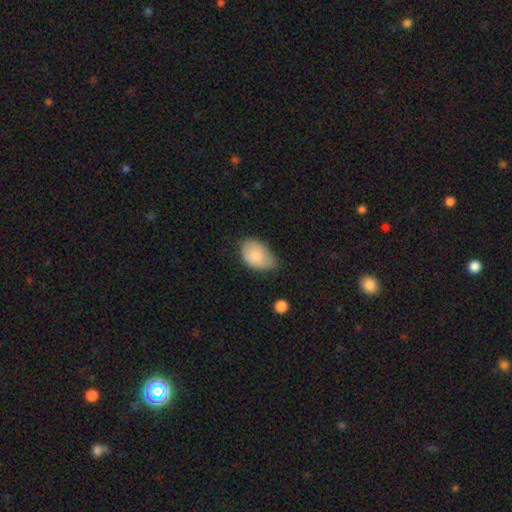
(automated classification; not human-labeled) This is clearly a smooth galaxy (81%). How rounded: clearly in between (90%). Merging: possibly none (55%).